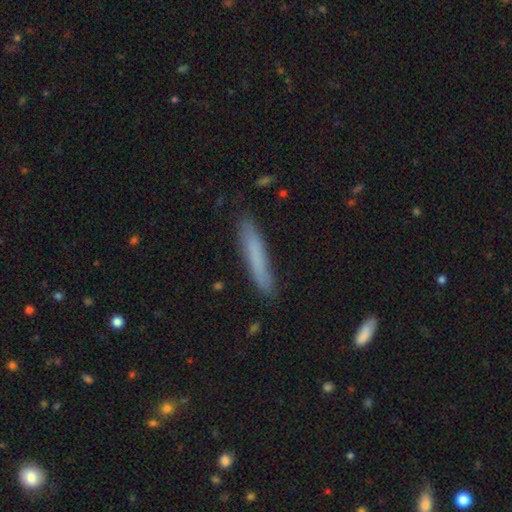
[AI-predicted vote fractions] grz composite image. It shows a smooth galaxy with no disk features (75%) that is cigar-shaped (93%). Merging: none (84%).